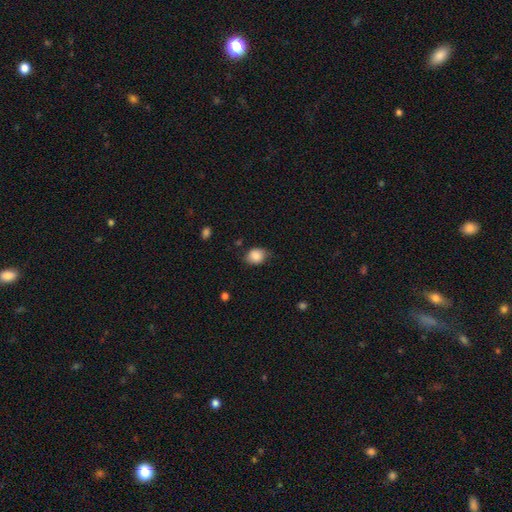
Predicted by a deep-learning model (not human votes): A smooth galaxy with no disk features (85%) that is in between round and cigar-shaped (52%).

Vote fractions:
- Smooth or featured? smooth: 85% / star or artifact: 8% / featured or disk: 7%
- How rounded? in between: 52% / round: 47% / cigar-shaped: 1%
- Merging? none: 69% / minor disturbance: 24% / major disturbance: 5% / merger: 2%